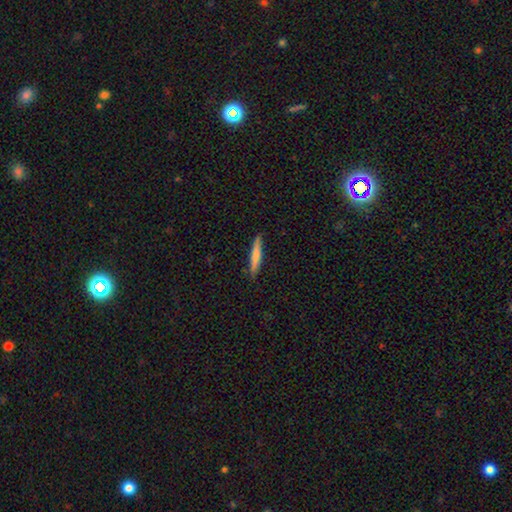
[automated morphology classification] smooth-or-featured: smooth: 68% | featured or disk: 27% | star or artifact: 5%
  how-rounded: cigar-shaped: 93% | in between: 6% | round: 1%
  merging: none: 88% | minor disturbance: 9% | major disturbance: 2% | merger: 1%